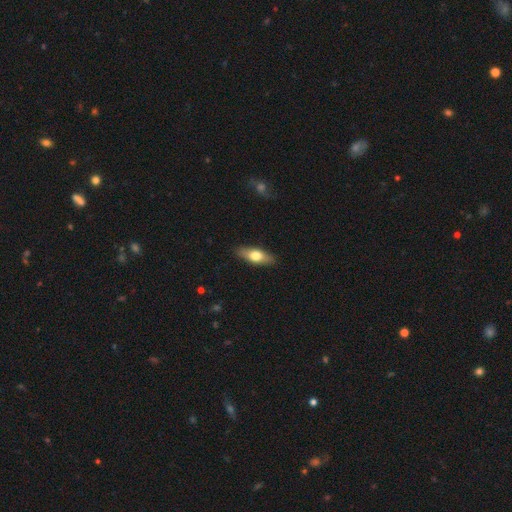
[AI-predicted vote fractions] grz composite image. It shows a smooth galaxy with no disk features (62%) that is in between round and cigar-shaped (65%). Merging: none (88%).